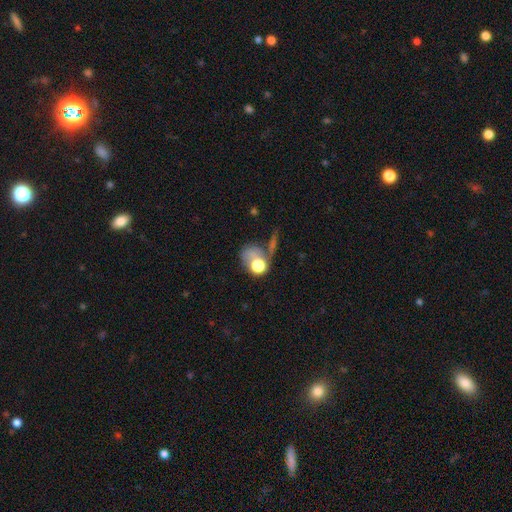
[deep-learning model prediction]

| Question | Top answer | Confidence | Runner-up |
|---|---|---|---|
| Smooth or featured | smooth | 59% | featured or disk (23%) |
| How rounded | round | 57% | in between (41%) |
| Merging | none | 31% | major disturbance (30%) |